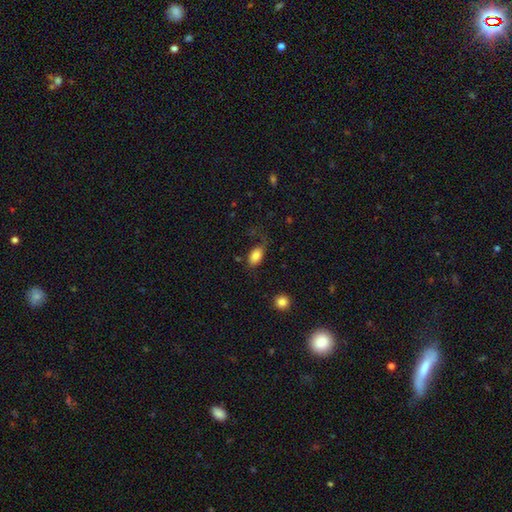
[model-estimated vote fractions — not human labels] Overall: smooth (83%). How rounded: in between (91%). Merging: none (55%; minor disturbance 24%).